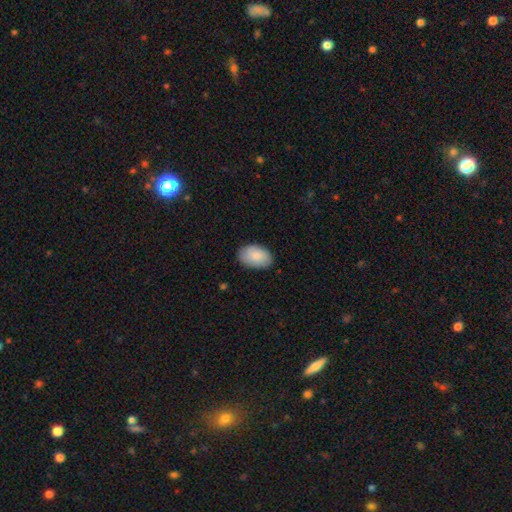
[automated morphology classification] smooth 85%, featured or disk 9%, star or artifact 6%. Down the decision tree: how rounded — in between (90%); merging — none (84%).